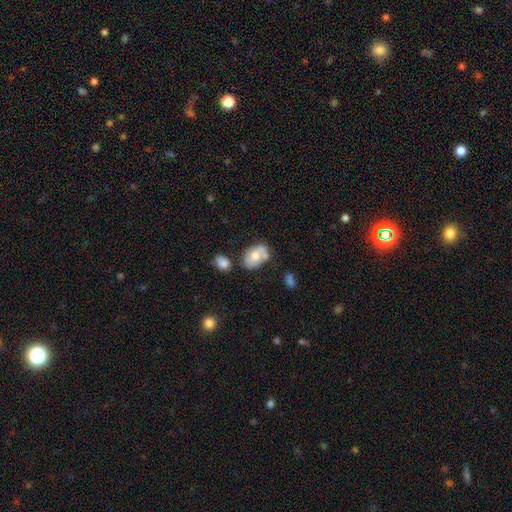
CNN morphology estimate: Smooth or featured? Predicted: smooth (p=0.60). How rounded? Predicted: in between (p=0.82). Merging? Predicted: none (p=0.51).